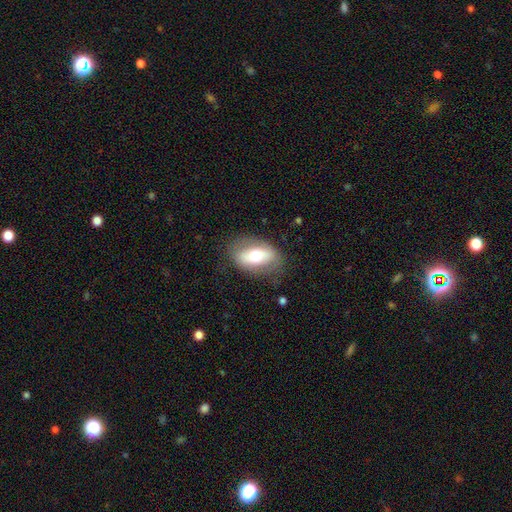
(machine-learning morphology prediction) A smooth galaxy with no disk features (53%) that is in between round and cigar-shaped (87%). Merging: none (75%).